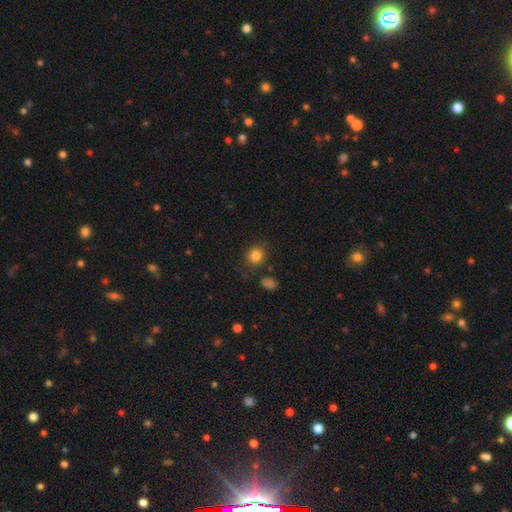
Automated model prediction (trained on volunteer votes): This appears to be a smooth galaxy with no disk features (84%) that is round (74%). Merging: none (82%).